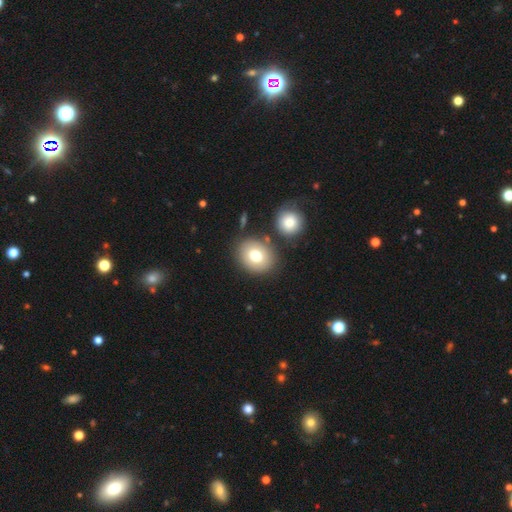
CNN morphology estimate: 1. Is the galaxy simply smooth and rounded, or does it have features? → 75% smooth, 15% featured or disk, 9% star or artifact.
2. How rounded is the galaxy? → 58% round, 42% in between, 1% cigar-shaped.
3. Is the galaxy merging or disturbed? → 77% none, 11% merger, 9% minor disturbance, 3% major disturbance.